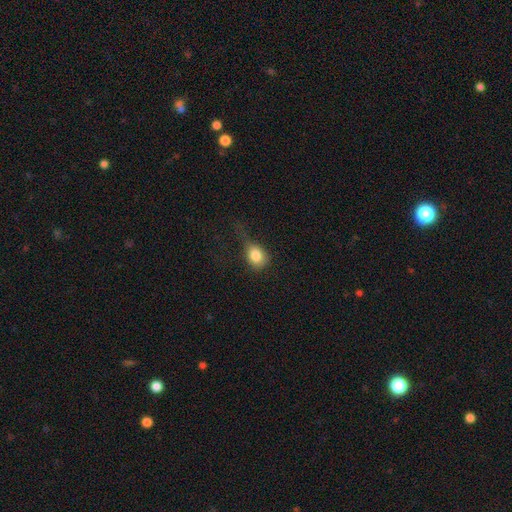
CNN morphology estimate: This appears to be a smooth galaxy with no disk features (81%) that is round (53%). Merging: minor disturbance (34%).